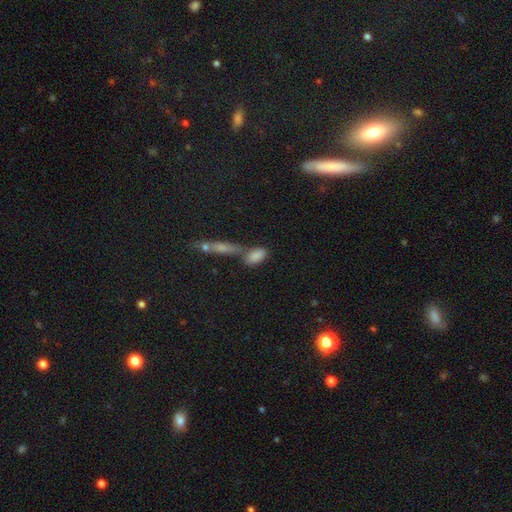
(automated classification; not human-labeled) A smooth galaxy with no disk features (83%) that is in between round and cigar-shaped (86%).

Vote fractions:
- Smooth or featured? smooth: 83% / star or artifact: 8% / featured or disk: 8%
- How rounded? in between: 86% / cigar-shaped: 10% / round: 5%
- Merging? none: 47% / merger: 34% / minor disturbance: 13% / major disturbance: 5%